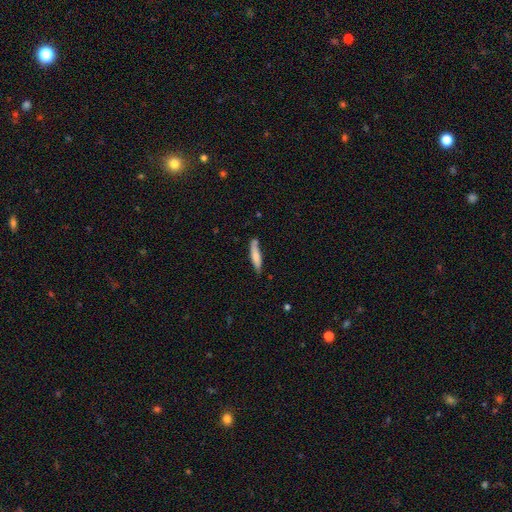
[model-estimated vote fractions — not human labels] This is likely a smooth galaxy (75%). How rounded: clearly cigar-shaped (84%). Merging: likely none (71%).